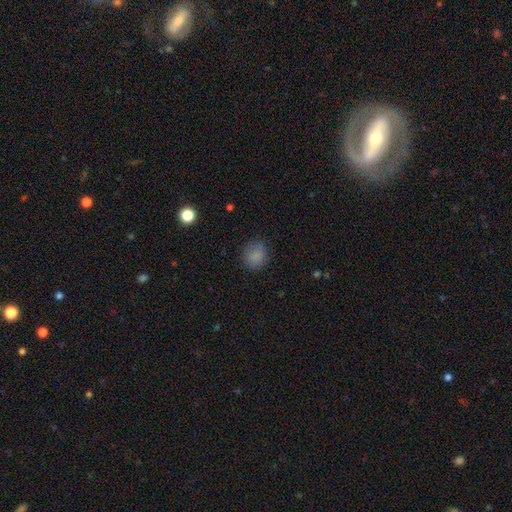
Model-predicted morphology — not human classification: smooth-or-featured: smooth: 84% | star or artifact: 10% | featured or disk: 6%
  how-rounded: round: 76% | in between: 23% | cigar-shaped: 1%
  merging: none: 81% | minor disturbance: 14% | major disturbance: 4% | merger: 1%